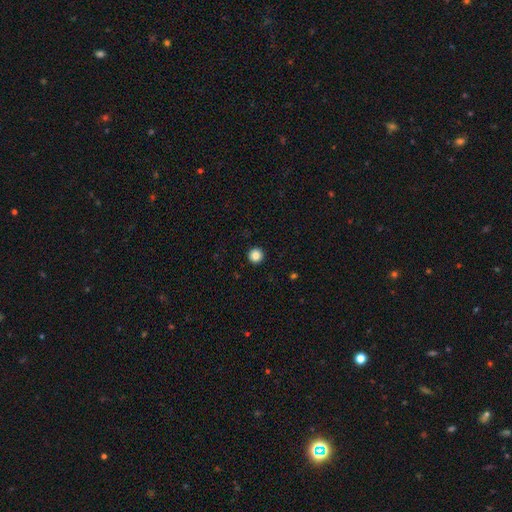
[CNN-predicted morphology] This is clearly a smooth galaxy (86%). How rounded: clearly round (96%). Merging: clearly none (94%).